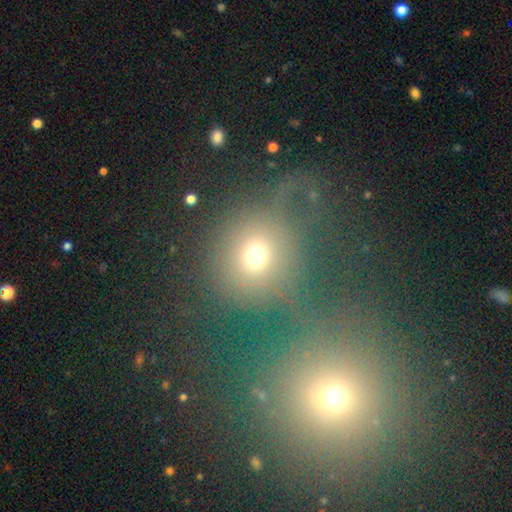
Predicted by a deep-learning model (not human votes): smooth-or-featured: smooth: 63% | star or artifact: 21% | featured or disk: 16%
  how-rounded: round: 83% | in between: 16% | cigar-shaped: 1%
  merging: none: 45% | merger: 28% | major disturbance: 16% | minor disturbance: 12%